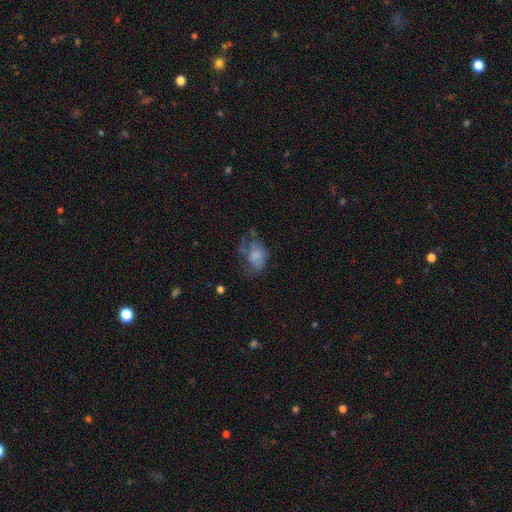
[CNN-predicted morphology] This is possibly a smooth galaxy (53%). How rounded: likely in between (77%). Merging: marginally major disturbance (43%).